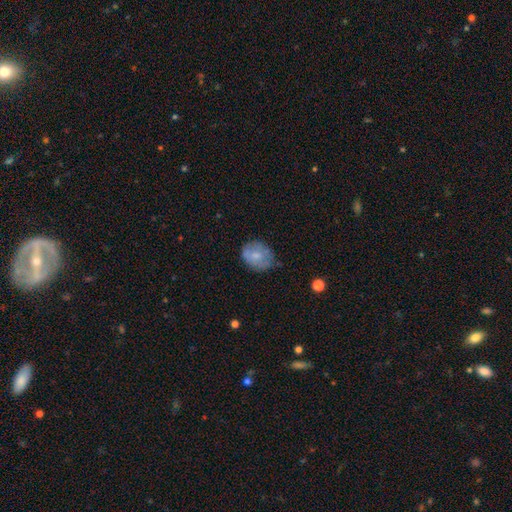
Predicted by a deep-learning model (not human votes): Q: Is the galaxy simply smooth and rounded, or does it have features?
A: smooth — 65%.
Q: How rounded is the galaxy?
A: round — 56%.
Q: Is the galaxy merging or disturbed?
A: none — 63%.